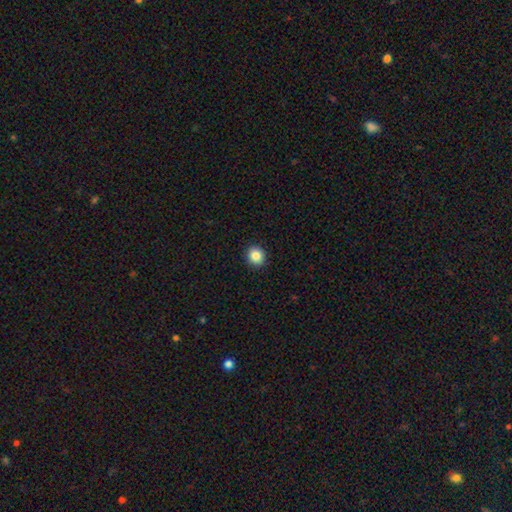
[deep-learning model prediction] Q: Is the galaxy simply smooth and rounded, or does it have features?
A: smooth — 86%.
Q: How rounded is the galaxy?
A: round — 82%.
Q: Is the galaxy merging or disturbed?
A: none — 92%.